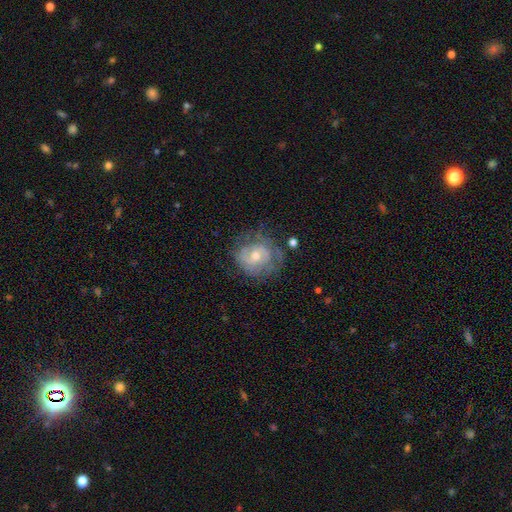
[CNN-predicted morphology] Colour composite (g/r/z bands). It shows a featured or disk galaxy (72%) with no bar (67%), tight (62%) spiral arms (82%) and a moderate central bulge (58%). Merging: none (62%).